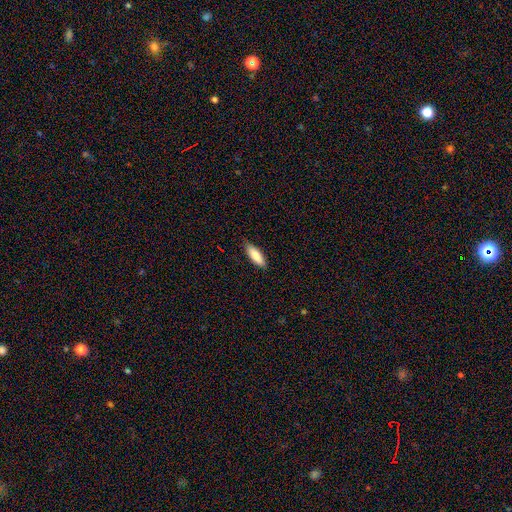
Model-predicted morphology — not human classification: smooth 82%, featured or disk 12%, star or artifact 6%. Down the decision tree: how rounded — in between (56%); merging — none (86%).